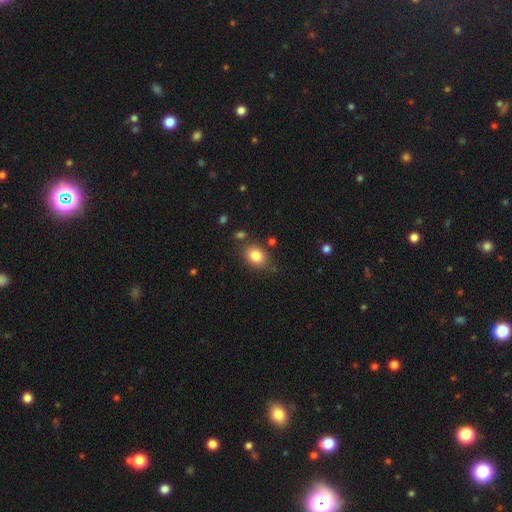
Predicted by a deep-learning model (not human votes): This is clearly a smooth galaxy (84%). How rounded: possibly in between (59%). Merging: likely none (77%).